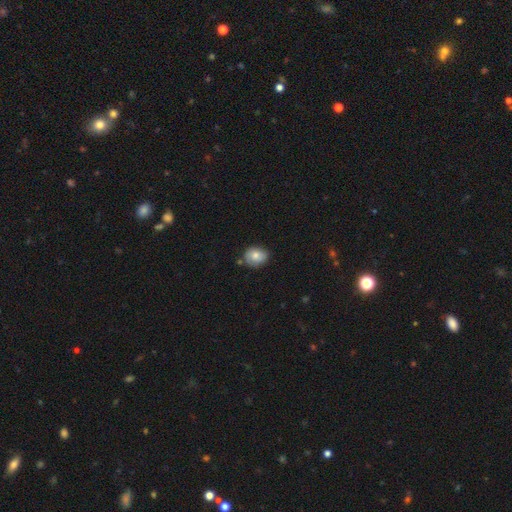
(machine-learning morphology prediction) This appears to be a smooth galaxy with no disk features (77%) that is round (52%). Merging: none (70%).